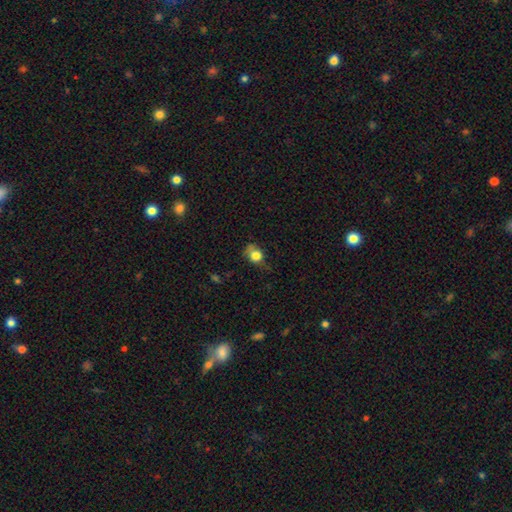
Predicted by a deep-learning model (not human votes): This appears to be a smooth galaxy with no disk features (77%) that is round (58%). Merging: none (45%).